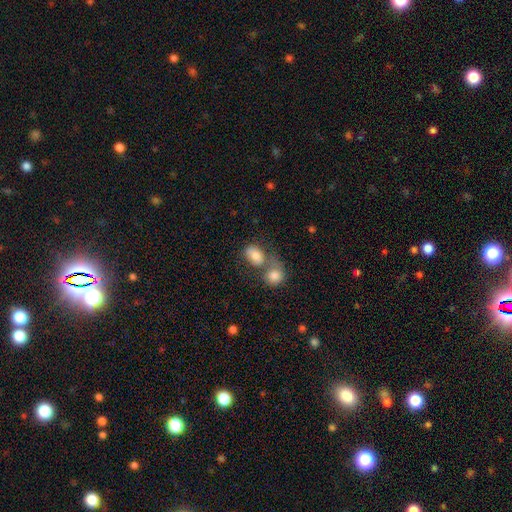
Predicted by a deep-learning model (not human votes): smooth 79%, featured or disk 13%, star or artifact 8%. Down the decision tree: how rounded — in between (71%); merging — merger (52%).